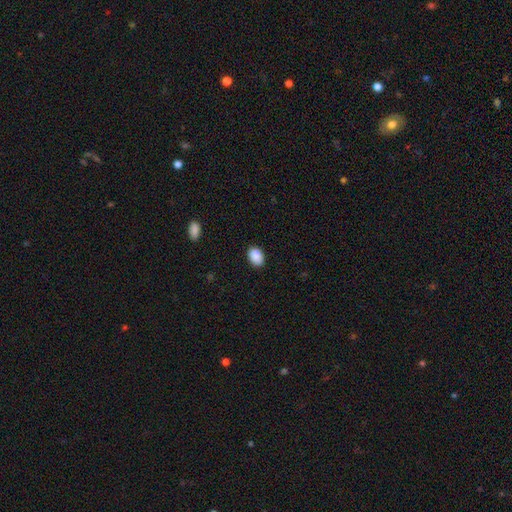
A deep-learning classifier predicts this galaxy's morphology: smooth 90%, star or artifact 7%, featured or disk 3%. Down the decision tree: how rounded — in between (81%); merging — none (86%).